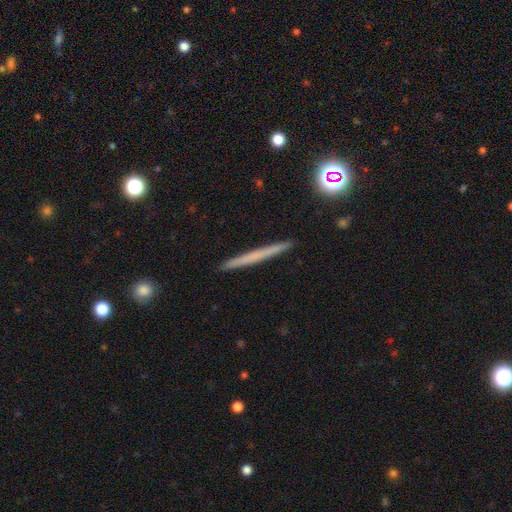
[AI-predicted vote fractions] Smooth or featured: smooth — 48% (featured or disk — 44%)
Merging: none — 92% (minor disturbance — 5%)